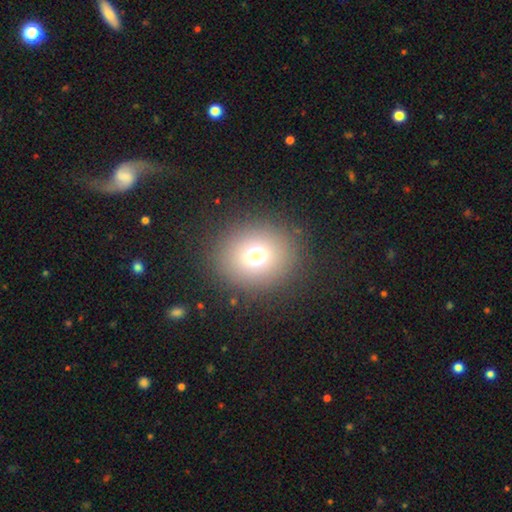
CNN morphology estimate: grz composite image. It shows a smooth galaxy with no disk features (68%) that is round (76%). Merging: none (86%).